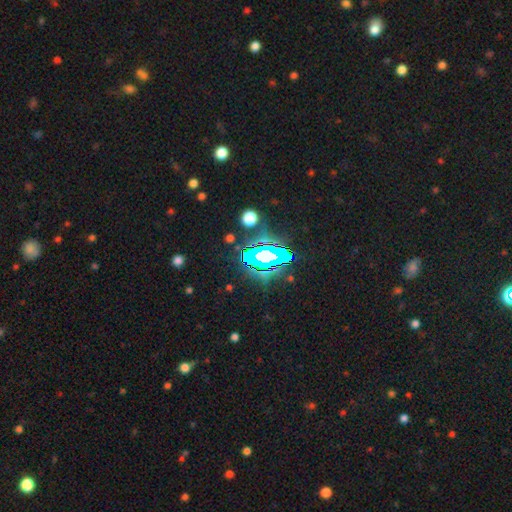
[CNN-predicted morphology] This is clearly a star or artifact rather than a galaxy (82%).